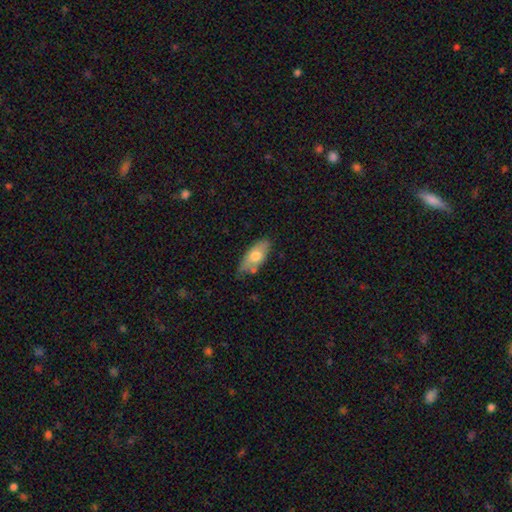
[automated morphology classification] A smooth galaxy with no disk features (69%) that is in between round and cigar-shaped (86%).

Vote fractions:
- Smooth or featured? smooth: 69% / featured or disk: 25% / star or artifact: 6%
- How rounded? in between: 86% / cigar-shaped: 11% / round: 3%
- Merging? none: 66% / minor disturbance: 25% / merger: 5% / major disturbance: 4%